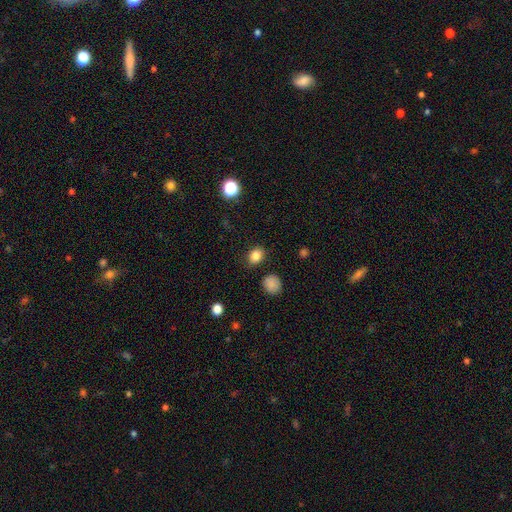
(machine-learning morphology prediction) This is clearly a smooth galaxy (84%). How rounded: possibly in between (52%). Merging: clearly none (85%).